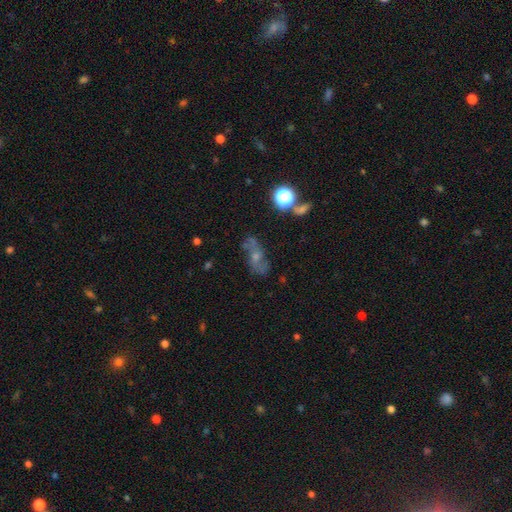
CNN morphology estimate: Smooth or featured: featured or disk — 52% (smooth — 28%)
Edge-on disk: no — 87% (yes — 13%)
Merging: none — 63% (minor disturbance — 20%)